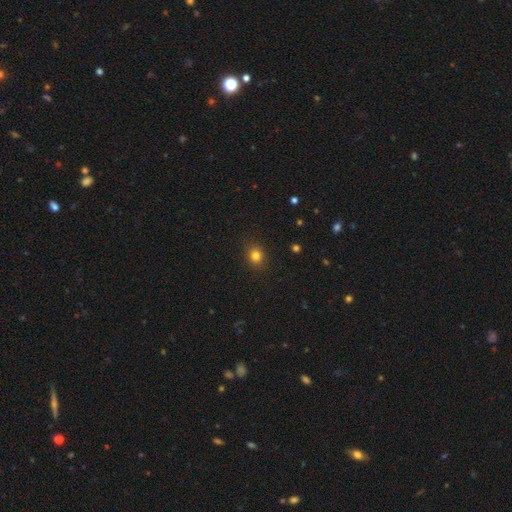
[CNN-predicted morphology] Overall: smooth (81%). How rounded: round (73%). Merging: none (88%).